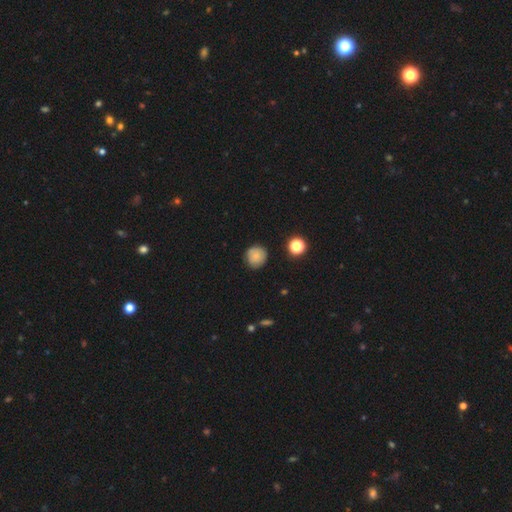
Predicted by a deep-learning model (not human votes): Q: Smooth or featured?
A: smooth (77%); runner-up: featured or disk (13%)
Q: How rounded?
A: round (91%); runner-up: in between (8%)
Q: Merging?
A: none (83%); runner-up: minor disturbance (12%)